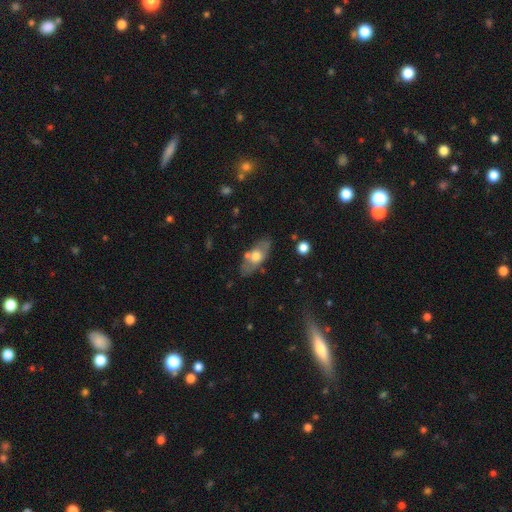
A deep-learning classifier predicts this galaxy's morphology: The model was most divided on "smooth or featured": smooth: 52%, featured or disk: 42%, star or artifact: 6%. More confident: how rounded — in between (81%); merging — none (72%).